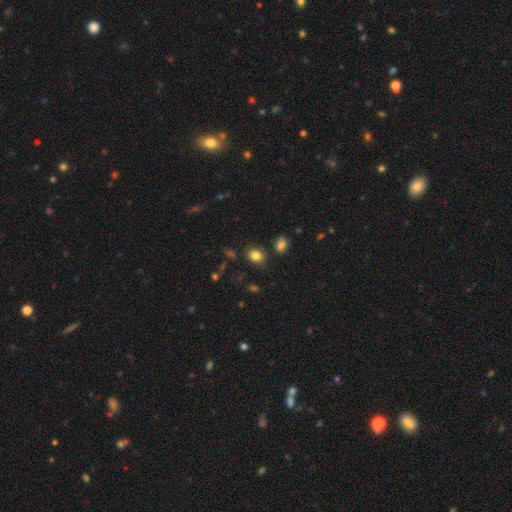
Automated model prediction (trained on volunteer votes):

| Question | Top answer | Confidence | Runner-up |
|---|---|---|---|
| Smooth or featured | smooth | 82% | star or artifact (11%) |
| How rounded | in between | 62% | round (37%) |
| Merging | none | 78% | minor disturbance (13%) |